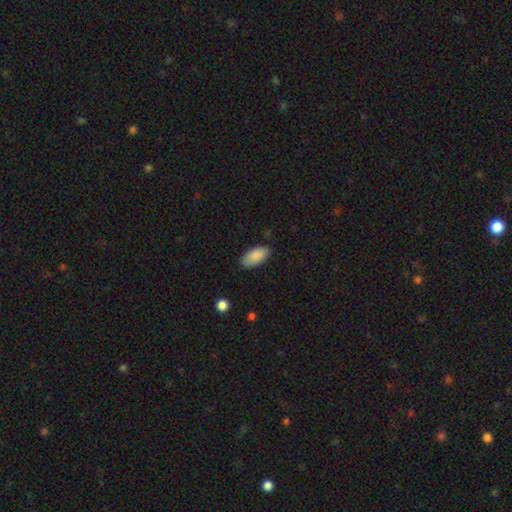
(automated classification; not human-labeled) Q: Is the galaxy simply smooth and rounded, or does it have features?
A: smooth — 88%.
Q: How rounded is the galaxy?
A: in between — 93%.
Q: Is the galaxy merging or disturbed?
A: none — 83%.